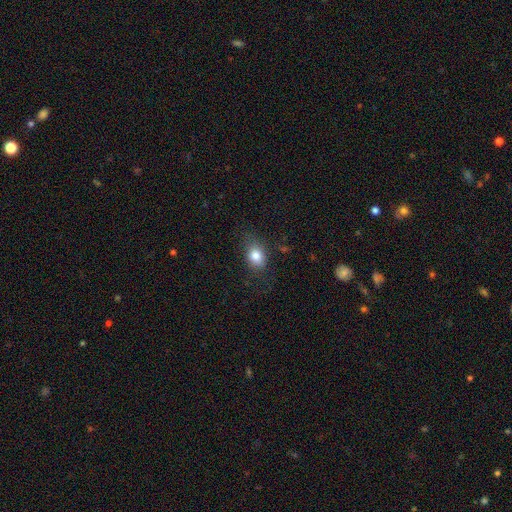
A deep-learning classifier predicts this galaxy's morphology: Q: Smooth or featured?
A: smooth (81%); runner-up: star or artifact (10%)
Q: How rounded?
A: in between (66%); runner-up: round (33%)
Q: Merging?
A: none (73%); runner-up: minor disturbance (19%)